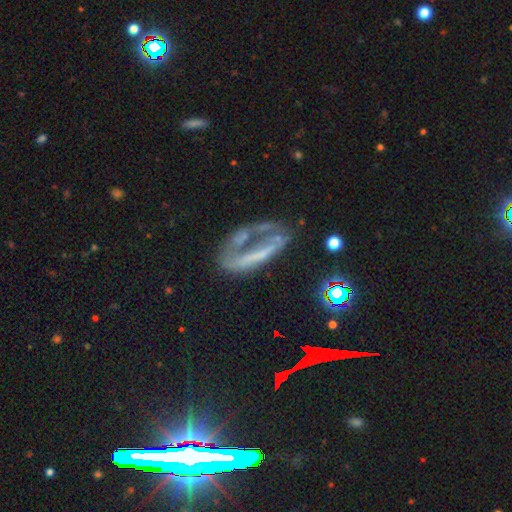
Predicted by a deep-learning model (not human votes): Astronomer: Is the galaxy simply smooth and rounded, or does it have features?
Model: featured or disk — 57%.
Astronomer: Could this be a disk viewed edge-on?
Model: no — 82%.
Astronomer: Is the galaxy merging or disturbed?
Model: major disturbance — 43% (runner-up: none, 30%).